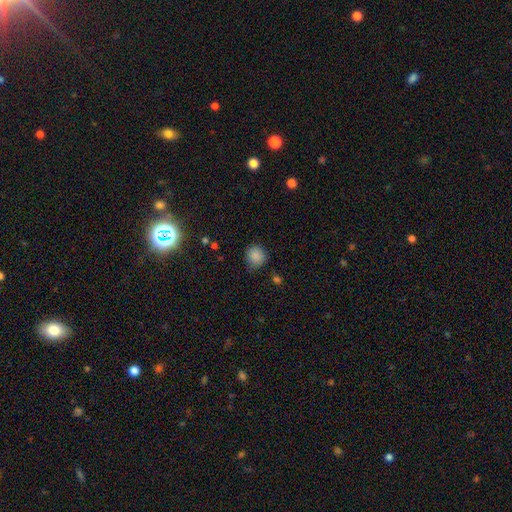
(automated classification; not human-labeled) Morphology: type=smooth (85%); roundness=round (85%); merging=none (78%).